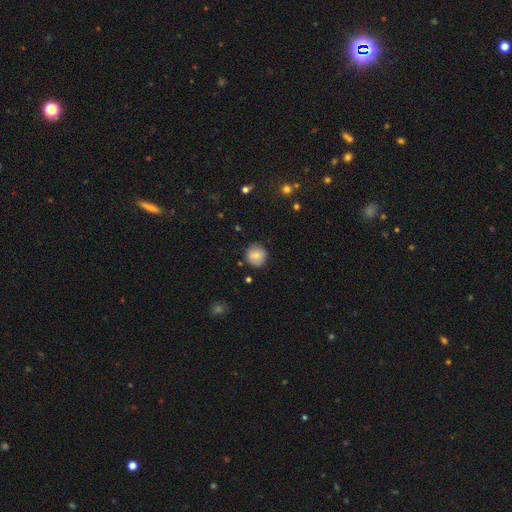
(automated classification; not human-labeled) A smooth galaxy with no disk features (80%) that is round (91%). Merging: none (85%).